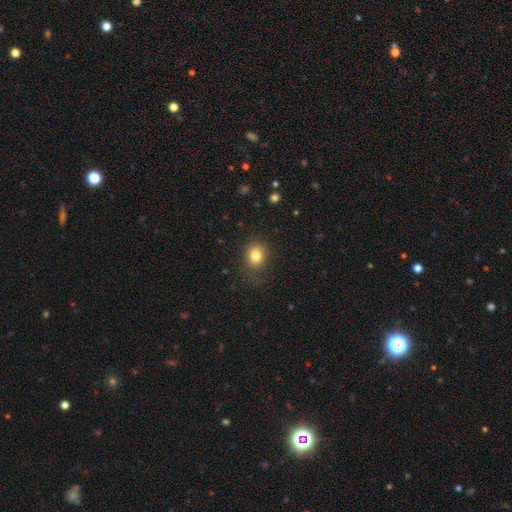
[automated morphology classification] smooth 82%, star or artifact 11%, featured or disk 7%. Down the decision tree: how rounded — round (59%); merging — none (79%).